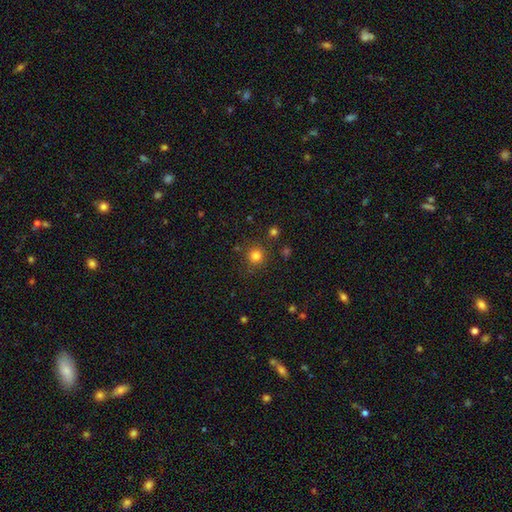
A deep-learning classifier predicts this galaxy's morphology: smooth 81%, star or artifact 14%, featured or disk 5%. Down the decision tree: how rounded — round (93%); merging — none (85%).